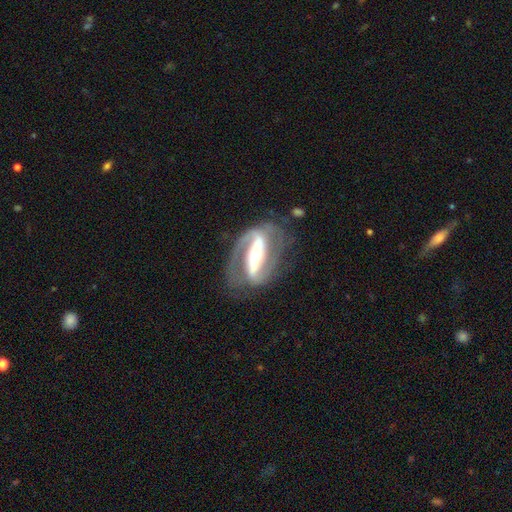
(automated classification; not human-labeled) Morphology: type=featured or disk (88%); edge-on=no (92%); bar=strong (74%); spiral arms=yes (92%); winding=medium (47%); arm count=2 (87%); bulge=moderate (50%); merging=none (69%).